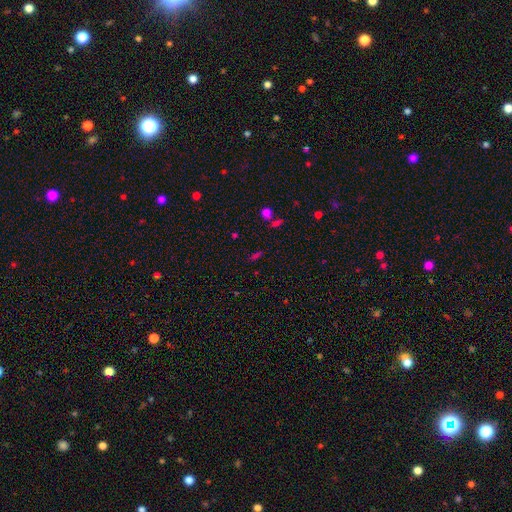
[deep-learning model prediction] A smooth galaxy with no disk features (52%) that is cigar-shaped (45%).

Vote fractions:
- Smooth or featured? smooth: 52% / star or artifact: 36% / featured or disk: 13%
- How rounded? cigar-shaped: 45% / in between: 43% / round: 11%
- Merging? none: 75% / minor disturbance: 12% / merger: 7% / major disturbance: 5%